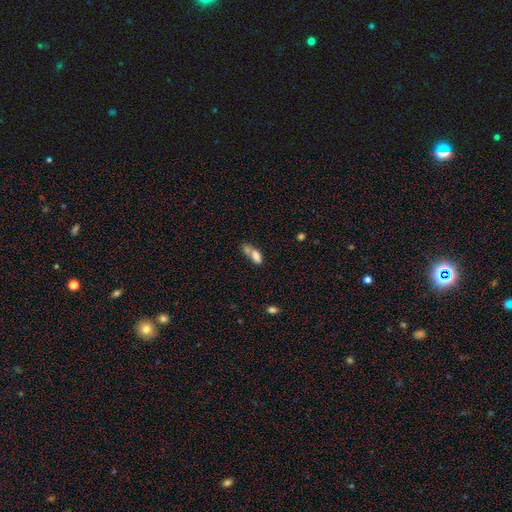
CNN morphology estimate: A smooth galaxy with no disk features (76%) that is in between round and cigar-shaped (81%). Merging: merger (56%).